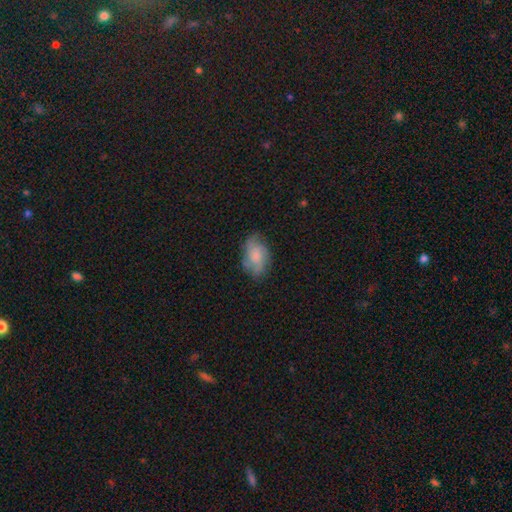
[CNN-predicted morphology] A featured or disk galaxy (53%) with no bar (75%), spiral arms (88%) and a small central bulge (36%). Merging: none (70%).